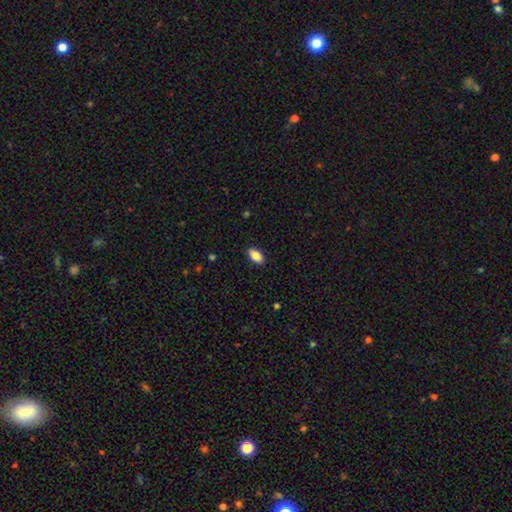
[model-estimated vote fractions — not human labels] smooth-or-featured: smooth: 88% | star or artifact: 7% | featured or disk: 5%
  how-rounded: in between: 93% | cigar-shaped: 4% | round: 3%
  merging: none: 89% | minor disturbance: 8% | major disturbance: 2% | merger: 1%